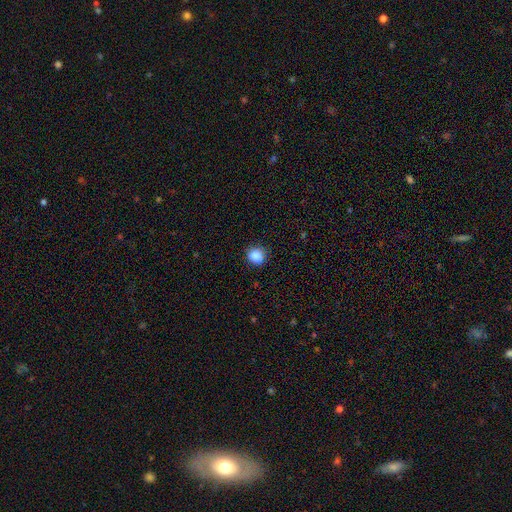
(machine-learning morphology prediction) type=smooth (87%); roundness=round (87%); merging=none (87%).